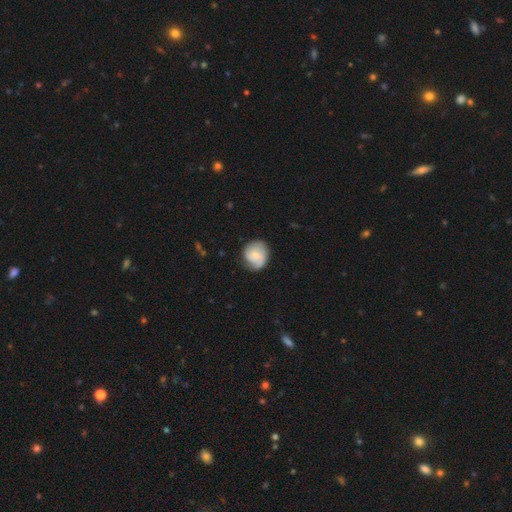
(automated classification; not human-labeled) Overall: smooth (47%, tied with featured or disk). Merging: none (70%).